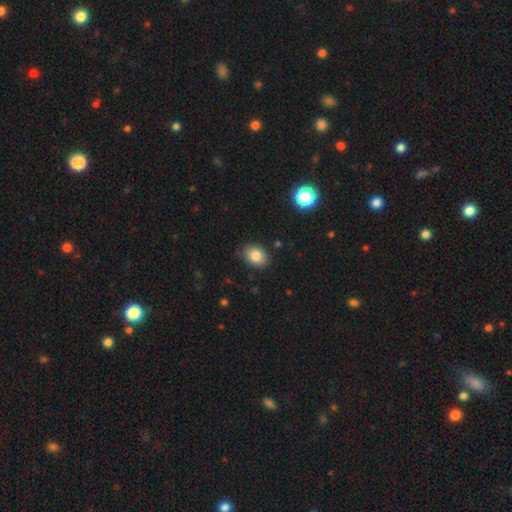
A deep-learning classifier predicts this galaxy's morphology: smooth-or-featured: smooth: 84% | star or artifact: 9% | featured or disk: 7%
  how-rounded: in between: 71% | round: 28% | cigar-shaped: 1%
  merging: none: 85% | minor disturbance: 11% | major disturbance: 2% | merger: 1%